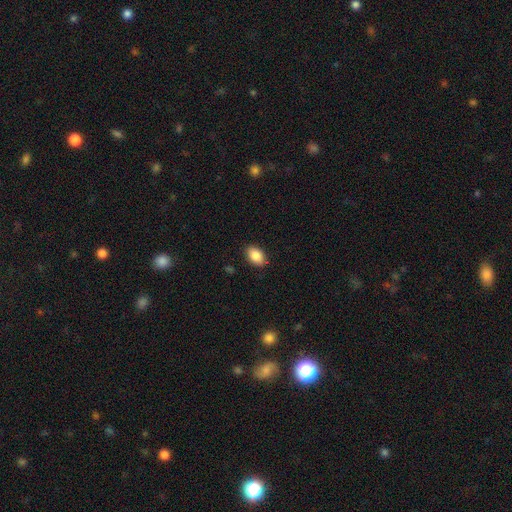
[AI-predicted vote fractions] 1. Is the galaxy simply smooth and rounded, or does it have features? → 86% smooth, 8% star or artifact, 6% featured or disk.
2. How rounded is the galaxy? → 86% in between, 13% round, 1% cigar-shaped.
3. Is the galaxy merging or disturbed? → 88% none, 9% minor disturbance, 2% major disturbance, 1% merger.